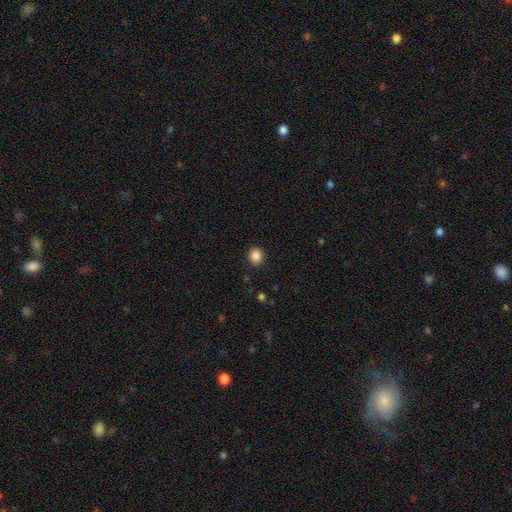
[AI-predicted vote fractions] This appears to be a smooth galaxy with no disk features (87%) that is round (76%). Merging: none (90%).